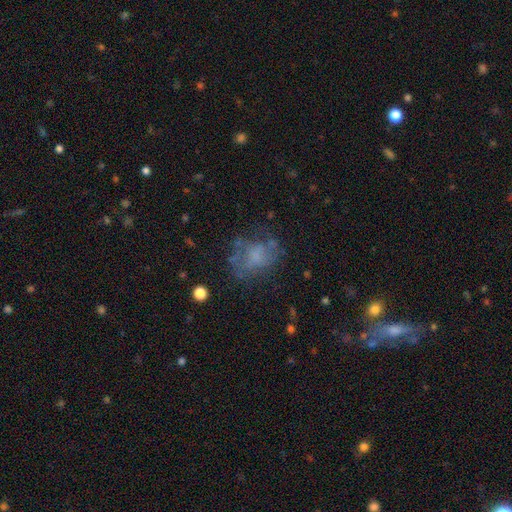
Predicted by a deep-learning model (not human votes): Smooth or featured: smooth — 44% (featured or disk — 40%)
Merging: none — 54% (major disturbance — 21%)